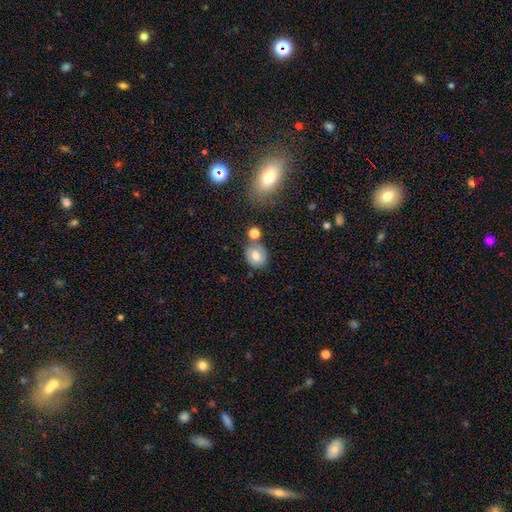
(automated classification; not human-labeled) A smooth galaxy with no disk features (64%) that is round (55%).

Vote fractions:
- Smooth or featured? smooth: 64% / featured or disk: 26% / star or artifact: 10%
- How rounded? round: 55% / in between: 44% / cigar-shaped: 1%
- Merging? none: 64% / minor disturbance: 16% / merger: 15% / major disturbance: 5%